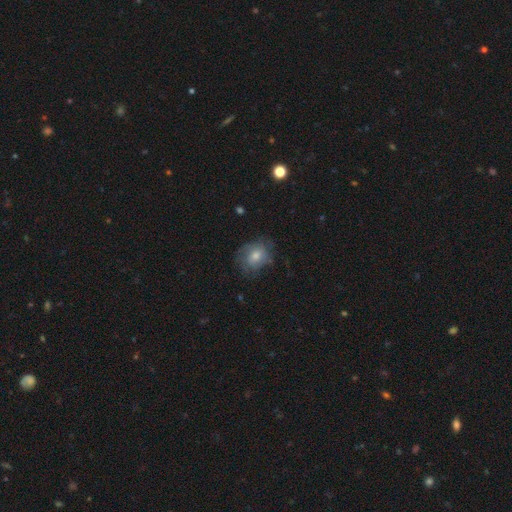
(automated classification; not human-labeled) This appears to be a smooth galaxy with no disk features (59%) that is round (57%). Merging: none (60%).